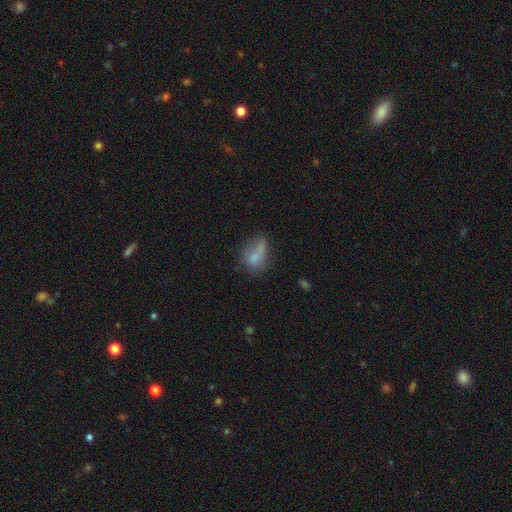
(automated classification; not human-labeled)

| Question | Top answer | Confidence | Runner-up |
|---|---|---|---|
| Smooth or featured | smooth | 70% | featured or disk (18%) |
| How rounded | in between | 69% | round (27%) |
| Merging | none | 35% | minor disturbance (26%) |